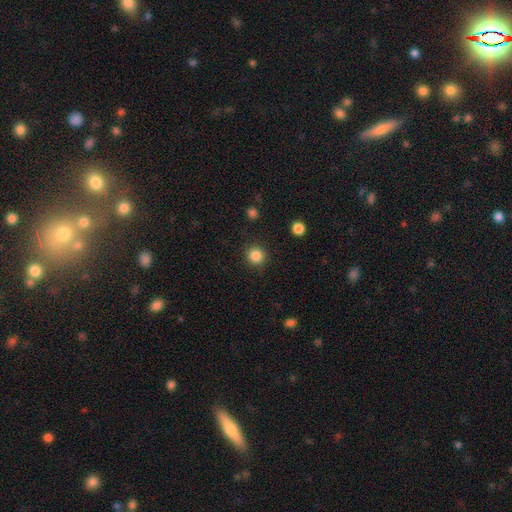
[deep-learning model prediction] A smooth galaxy with no disk features (85%) that is round (92%). Merging: none (90%).